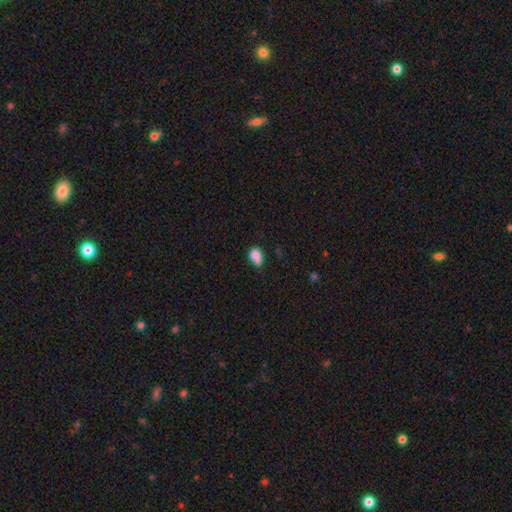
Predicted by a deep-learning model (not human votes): Overall: smooth (80%). How rounded: in between (69%; round 29%). Merging: none (38%; minor disturbance 33%).